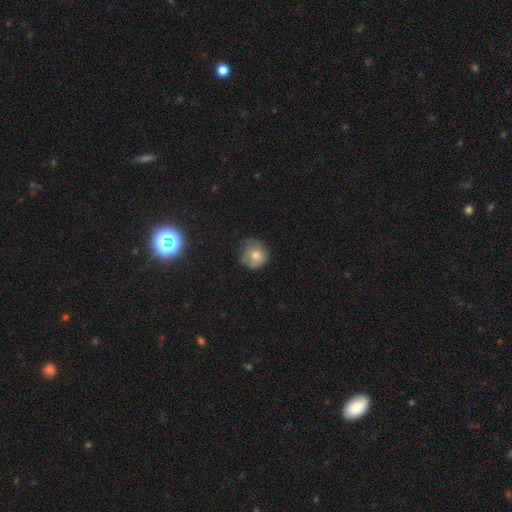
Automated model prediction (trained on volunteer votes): Morphology: type=smooth (62%); roundness=round (82%); merging=none (47%).